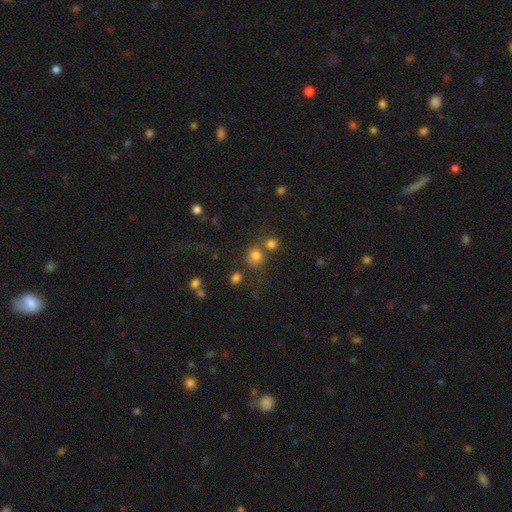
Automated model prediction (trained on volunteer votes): Overall: smooth (77%). How rounded: round (81%). Merging: none (59%; merger 25%).